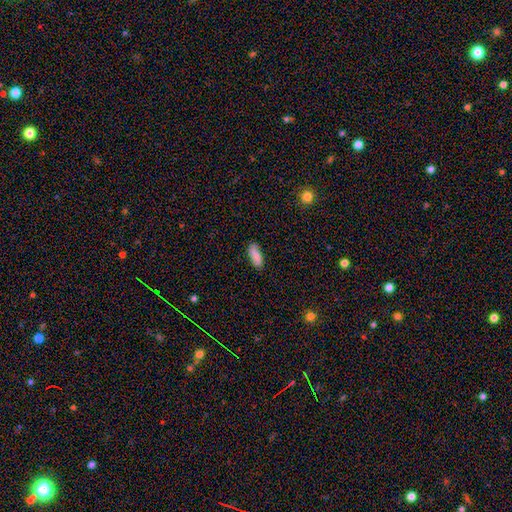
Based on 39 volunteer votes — Smooth or featured? smooth (82%)
How rounded? in between (72%)
Merging? none (84%)